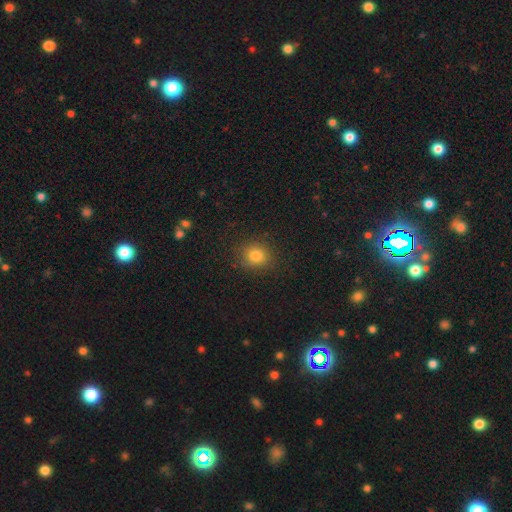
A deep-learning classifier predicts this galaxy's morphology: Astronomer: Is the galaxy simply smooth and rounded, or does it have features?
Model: smooth — 80%.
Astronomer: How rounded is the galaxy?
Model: round — 75%.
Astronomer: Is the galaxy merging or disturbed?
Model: none — 86%.